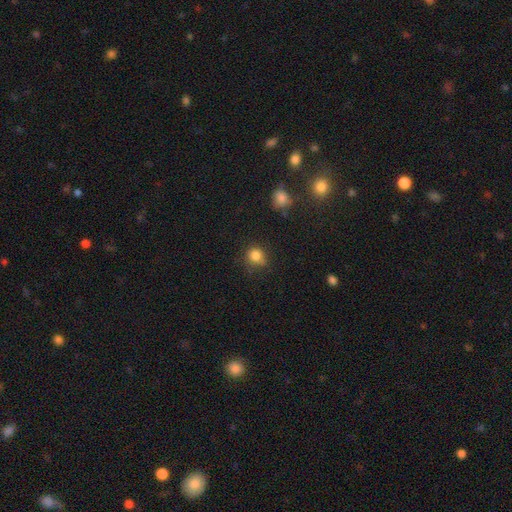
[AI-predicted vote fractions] Smooth or featured? Predicted: smooth (p=0.82). How rounded? Predicted: round (p=0.82). Merging? Predicted: none (p=0.69).